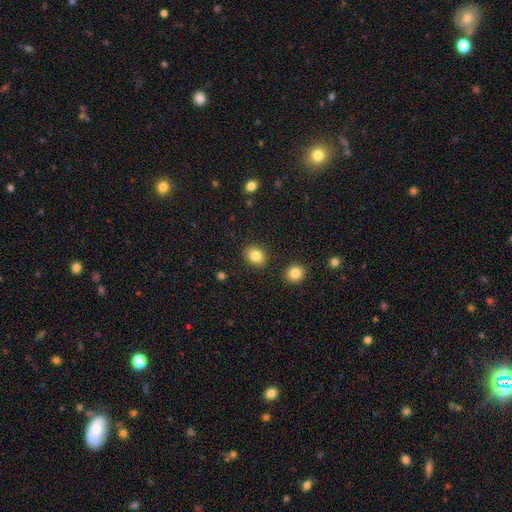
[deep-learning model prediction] This appears to be a smooth galaxy with no disk features (85%) that is in between round and cigar-shaped (62%). Merging: none (87%).